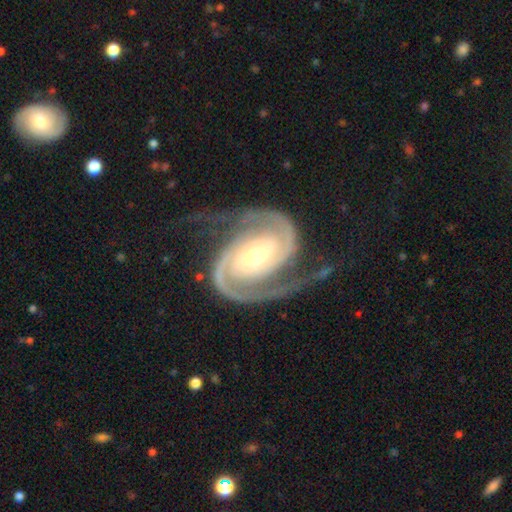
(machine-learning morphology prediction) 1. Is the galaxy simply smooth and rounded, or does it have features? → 94% featured or disk, 4% star or artifact, 2% smooth.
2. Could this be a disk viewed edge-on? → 98% no, 2% yes.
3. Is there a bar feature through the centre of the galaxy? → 49% no, 27% weak, 24% strong.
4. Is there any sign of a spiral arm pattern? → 99% yes, 1% no.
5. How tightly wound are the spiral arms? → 46% medium, 42% tight, 11% loose.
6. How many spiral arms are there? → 94% 2, 2% 3, 1% can't tell, 1% 1, 1% 4, 1% more than 4.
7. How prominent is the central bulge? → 49% small, 46% moderate, 4% large, 1% none, 1% dominant.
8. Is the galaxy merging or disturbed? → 72% none, 14% minor disturbance, 12% major disturbance, 2% merger.